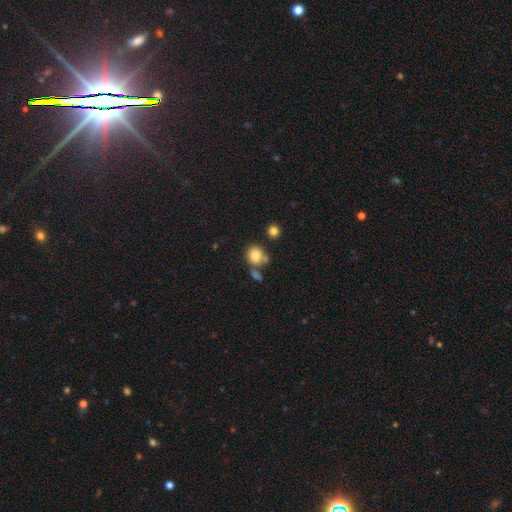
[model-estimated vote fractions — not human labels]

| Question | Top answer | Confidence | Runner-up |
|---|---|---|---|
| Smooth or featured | smooth | 82% | star or artifact (10%) |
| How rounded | round | 73% | in between (26%) |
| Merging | none | 56% | merger (25%) |